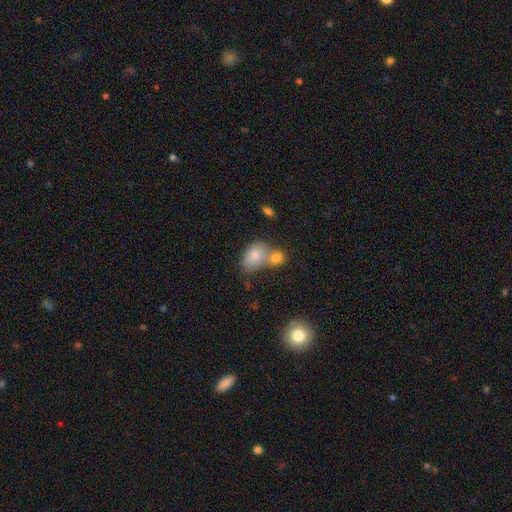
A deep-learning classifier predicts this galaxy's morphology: This appears to be a smooth galaxy with no disk features (78%) that is in between round and cigar-shaped (71%). Merging: merger (54%).